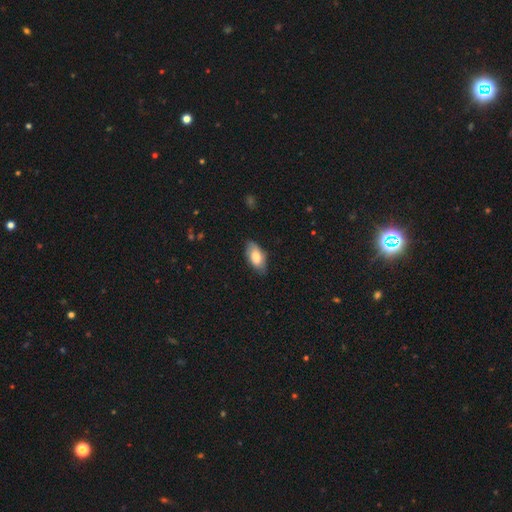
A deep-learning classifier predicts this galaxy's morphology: smooth 76%, featured or disk 17%, star or artifact 6%. Down the decision tree: how rounded — in between (92%); merging — none (78%).